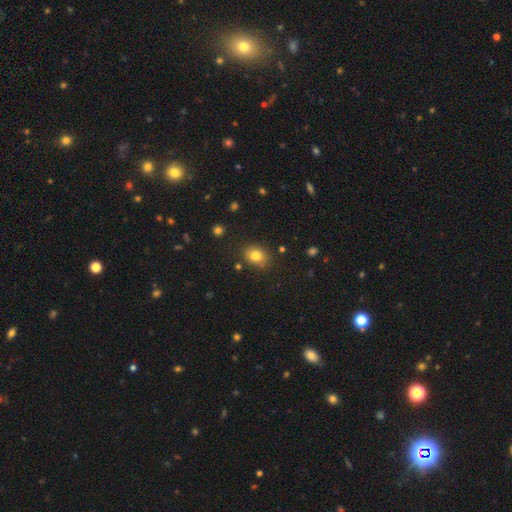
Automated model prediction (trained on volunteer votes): This appears to be a smooth galaxy with no disk features (80%) that is in between round and cigar-shaped (55%). Merging: none (81%).